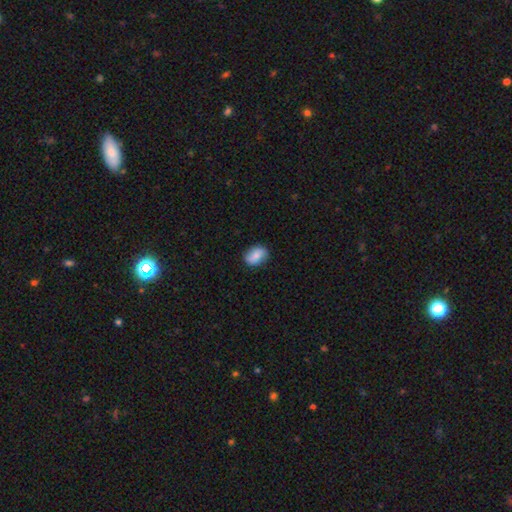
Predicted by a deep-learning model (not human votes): Smooth or featured?
  - smooth: 79% *
  - featured or disk: 14%
  - star or artifact: 7%
How rounded?
  - in between: 77% *
  - round: 21%
  - cigar-shaped: 2%
Merging?
  - none: 82% *
  - minor disturbance: 14%
  - major disturbance: 3%
  - merger: 1%